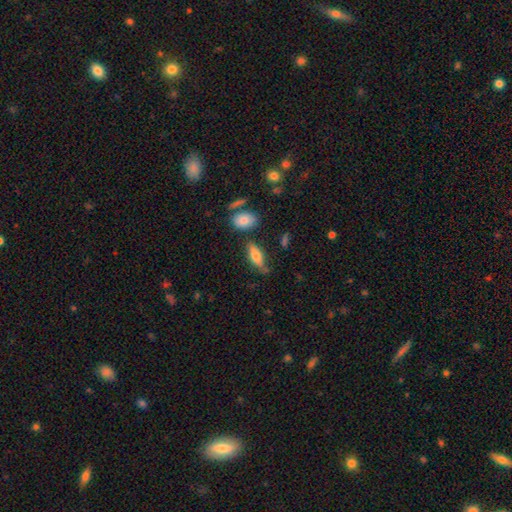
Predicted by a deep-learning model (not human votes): Q: Smooth or featured?
A: smooth (70%); runner-up: featured or disk (23%)
Q: How rounded?
A: in between (66%); runner-up: cigar-shaped (31%)
Q: Merging?
A: none (66%); runner-up: minor disturbance (21%)